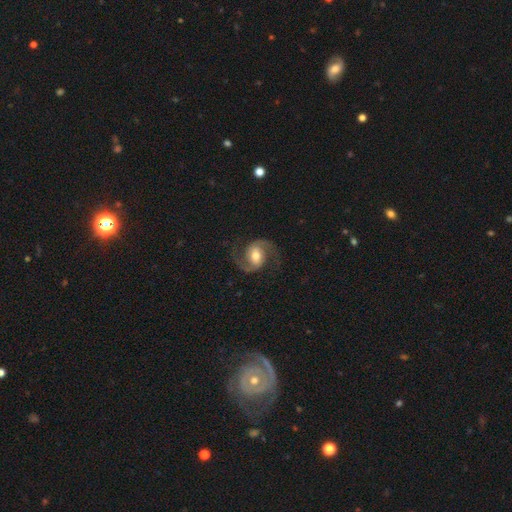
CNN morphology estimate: type=featured or disk (89%); edge-on=no (98%); bar=weak (41%); spiral arms=yes (97%); winding=medium (54%); arm count=2 (94%); bulge=moderate (66%); merging=none (80%).